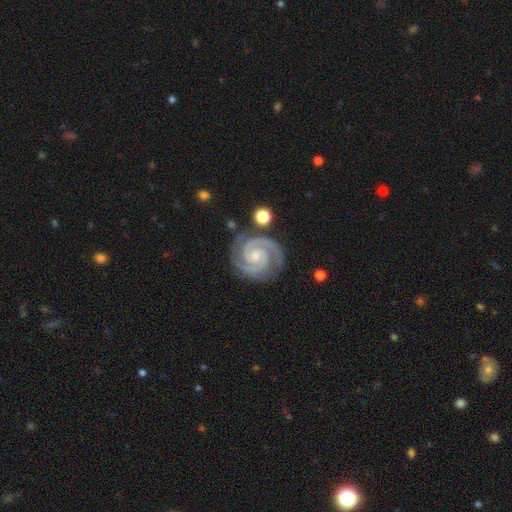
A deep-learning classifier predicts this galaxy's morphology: Smooth or featured? Predicted: featured or disk (p=0.94). Edge-on disk? Predicted: no (p=0.98). Bar? Predicted: no (p=0.65). Spiral arms? Predicted: yes (p=0.99). Spiral winding? Predicted: tight (p=0.73). Spiral arm count? Predicted: 2 (p=0.90). Bulge size? Predicted: small (p=0.65). Merging? Predicted: none (p=0.83).